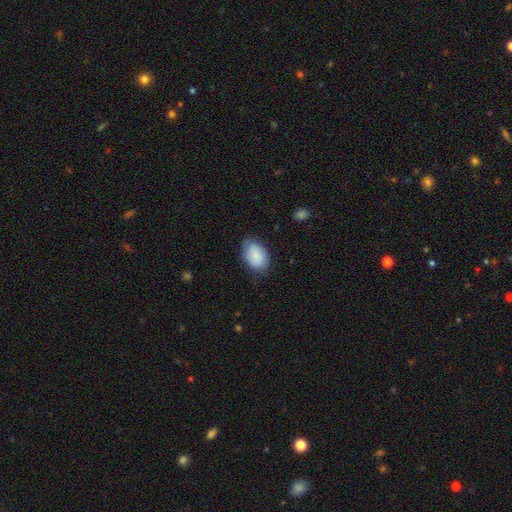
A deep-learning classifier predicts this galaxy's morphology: smooth-or-featured: smooth: 78% | featured or disk: 15% | star or artifact: 7%
  how-rounded: in between: 88% | round: 11% | cigar-shaped: 1%
  merging: none: 70% | minor disturbance: 23% | major disturbance: 6% | merger: 1%